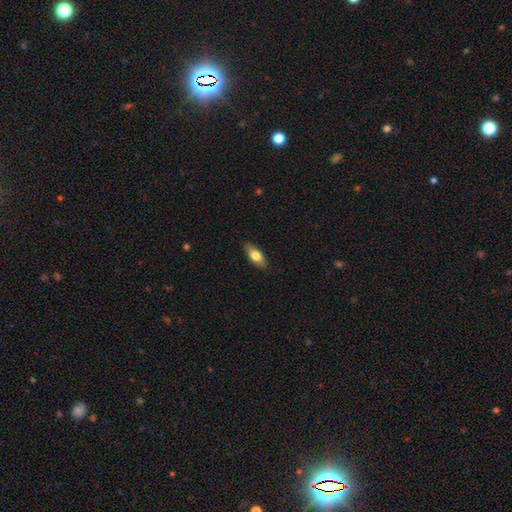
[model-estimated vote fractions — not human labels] Overall: smooth (72%). How rounded: in between (75%). Merging: none (87%).